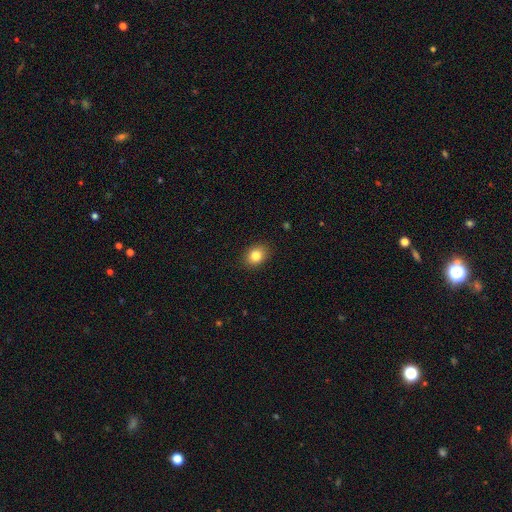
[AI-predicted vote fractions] Smooth or featured?
  - smooth: 83% *
  - star or artifact: 10%
  - featured or disk: 7%
How rounded?
  - round: 50% *
  - in between: 49%
  - cigar-shaped: 1%
Merging?
  - none: 89% *
  - minor disturbance: 8%
  - major disturbance: 2%
  - merger: 1%